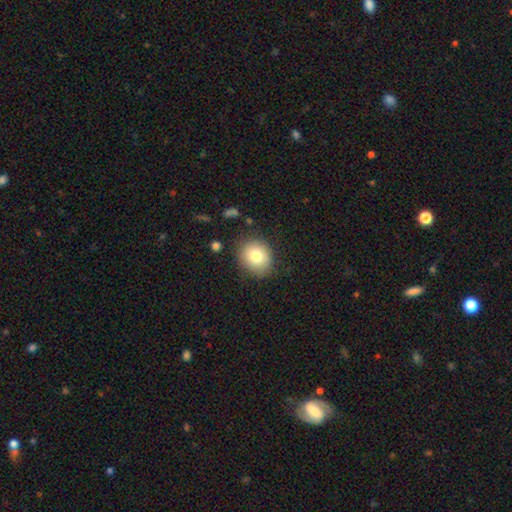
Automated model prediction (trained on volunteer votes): smooth_or_featured: smooth (p=0.79) [alt: featured or disk p=0.11]
how_rounded: round (p=0.73) [alt: in between p=0.26]
merging: none (p=0.83) [alt: minor disturbance p=0.12]